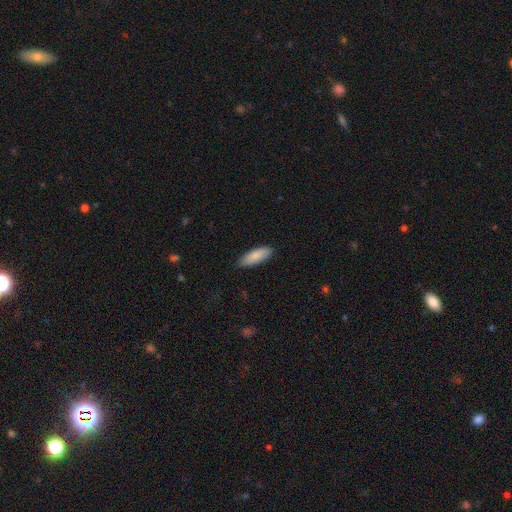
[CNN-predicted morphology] type=smooth (86%); roundness=in between (68%); merging=none (87%).